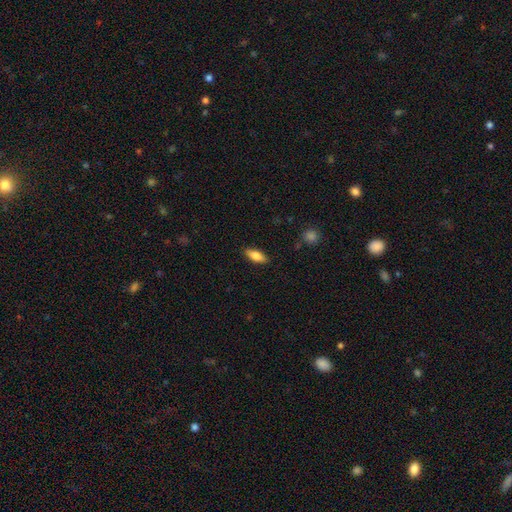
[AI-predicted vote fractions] smooth 78%, featured or disk 16%, star or artifact 7%. Down the decision tree: how rounded — in between (75%); merging — none (87%).